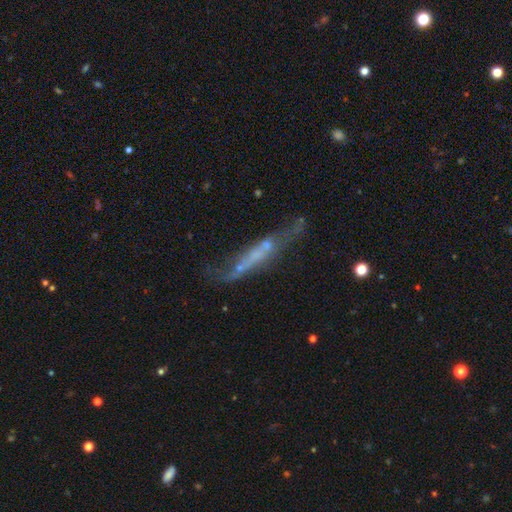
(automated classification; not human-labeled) Smooth or featured: featured or disk — 59% (smooth — 29%)
Edge-on disk: yes — 59% (no — 41%)
Merging: none — 40% (major disturbance — 24%)